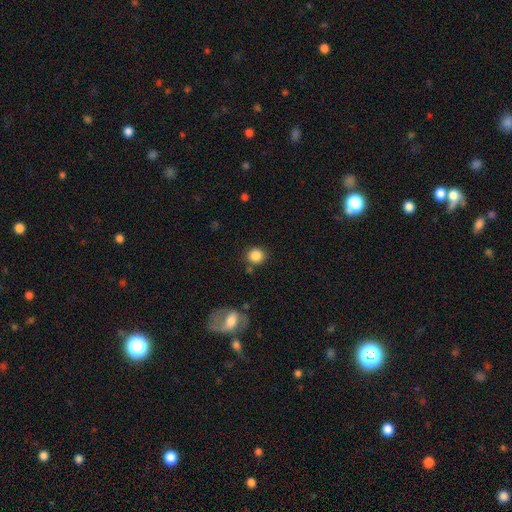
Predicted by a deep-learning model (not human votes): Morphology: type=smooth (85%); roundness=round (88%); merging=none (81%).